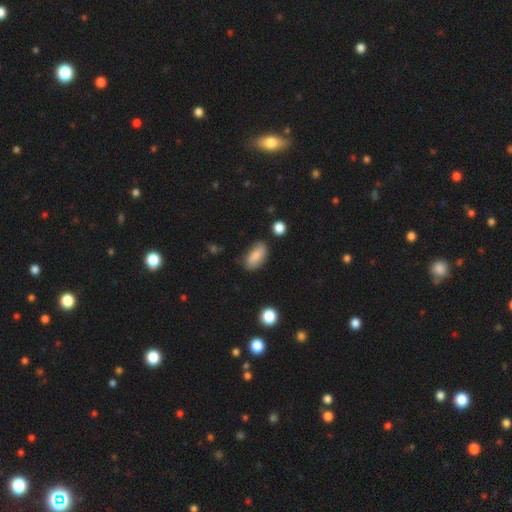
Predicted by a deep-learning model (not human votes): The model was most divided on "merging": none: 69%, minor disturbance: 23%, major disturbance: 5%, merger: 3%. More confident: how rounded — in between (87%); smooth or featured — smooth (82%).